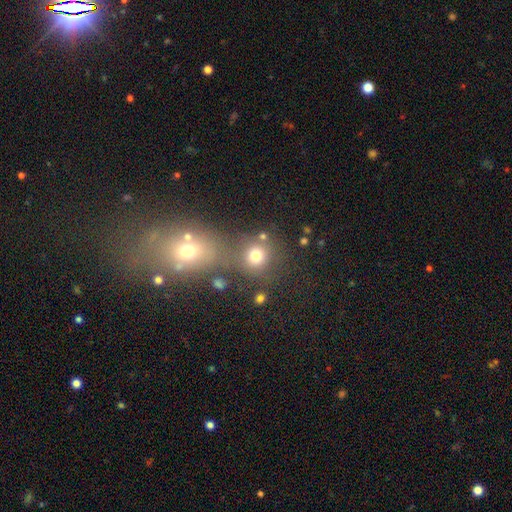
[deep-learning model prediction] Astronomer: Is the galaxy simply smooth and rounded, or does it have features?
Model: smooth — 74%.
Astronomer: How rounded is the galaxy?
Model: round — 85%.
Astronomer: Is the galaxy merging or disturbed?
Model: none — 53% (runner-up: merger, 33%).